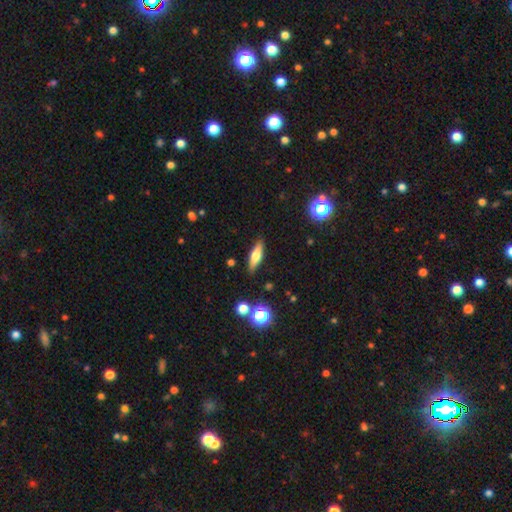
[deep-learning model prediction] This is possibly a smooth galaxy (56%). How rounded: possibly cigar-shaped (56%). Merging: clearly none (86%).